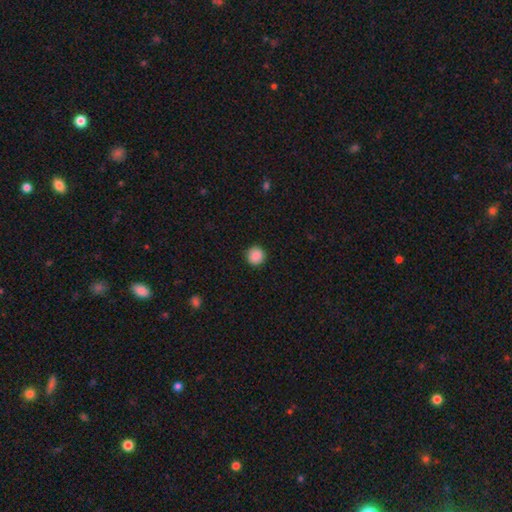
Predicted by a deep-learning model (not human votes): A smooth galaxy with no disk features (89%) that is round (95%).

Vote fractions:
- Smooth or featured? smooth: 89% / star or artifact: 9% / featured or disk: 2%
- How rounded? round: 95% / in between: 4% / cigar-shaped: 1%
- Merging? none: 92% / minor disturbance: 5% / major disturbance: 2% / merger: 1%